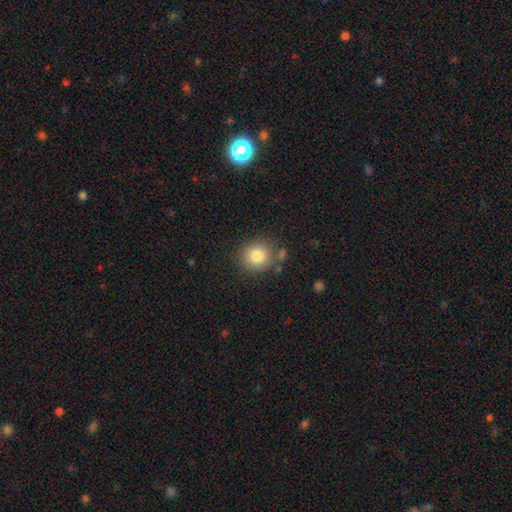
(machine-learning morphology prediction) type=smooth (83%); roundness=round (90%); merging=none (82%).